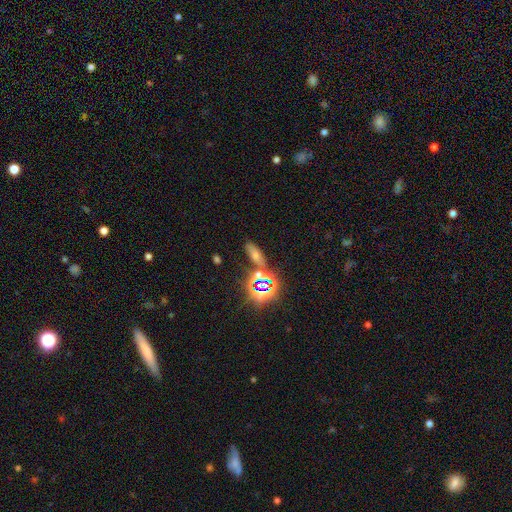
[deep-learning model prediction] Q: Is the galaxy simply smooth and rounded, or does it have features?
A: star or artifact — 49%.